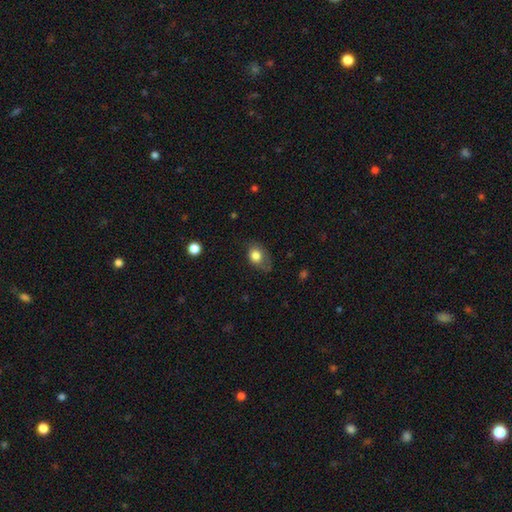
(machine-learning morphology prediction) type=smooth (80%); roundness=in between (61%); merging=none (56%).